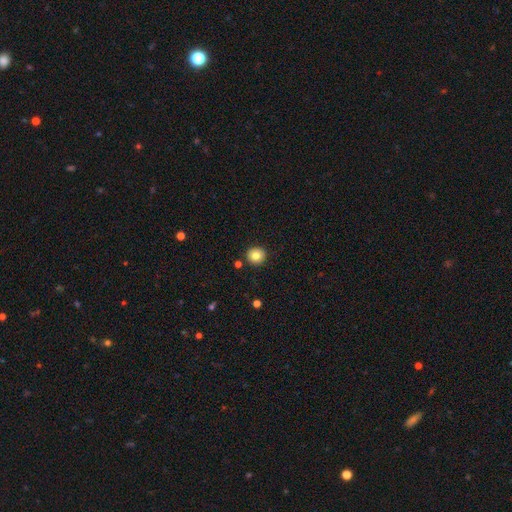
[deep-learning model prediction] Smooth or featured: smooth — 81% (star or artifact — 10%)
How rounded: round — 94% (in between — 5%)
Merging: none — 91% (minor disturbance — 5%)